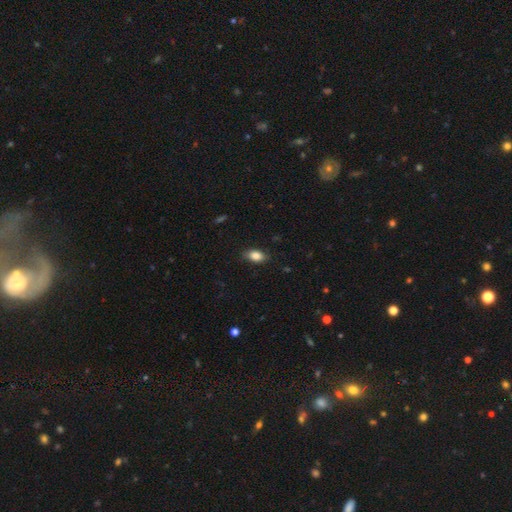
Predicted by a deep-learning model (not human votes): smooth-or-featured: smooth: 86% | star or artifact: 8% | featured or disk: 6%
  how-rounded: in between: 85% | round: 11% | cigar-shaped: 3%
  merging: none: 82% | minor disturbance: 14% | major disturbance: 3% | merger: 1%